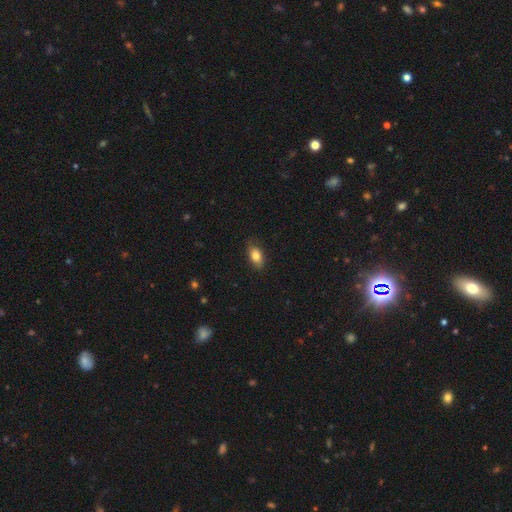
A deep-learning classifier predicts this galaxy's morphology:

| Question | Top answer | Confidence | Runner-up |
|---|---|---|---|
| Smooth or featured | smooth | 83% | featured or disk (10%) |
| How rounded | in between | 89% | round (7%) |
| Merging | none | 83% | minor disturbance (14%) |